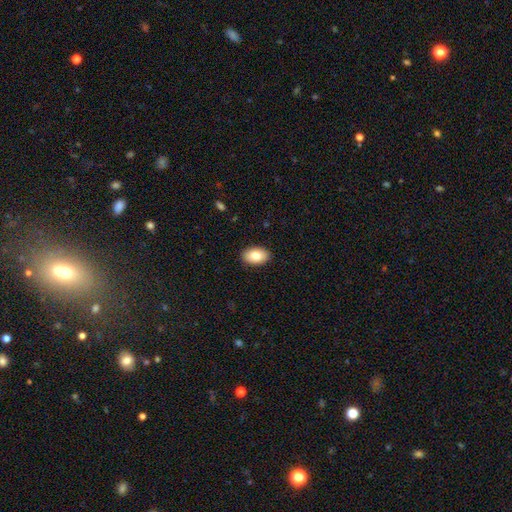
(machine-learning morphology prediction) Smooth or featured: smooth — 82% (featured or disk — 11%)
How rounded: in between — 90% (round — 8%)
Merging: none — 90% (minor disturbance — 7%)